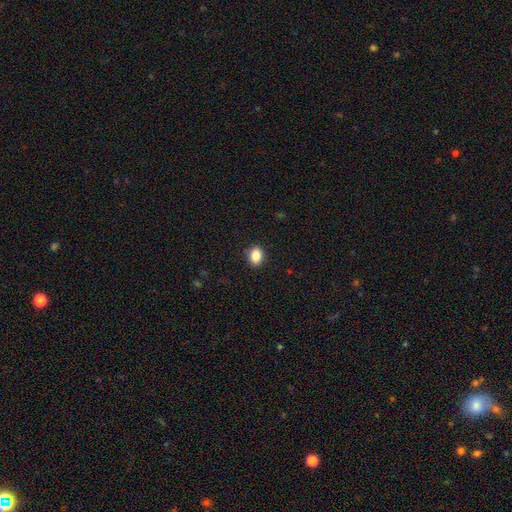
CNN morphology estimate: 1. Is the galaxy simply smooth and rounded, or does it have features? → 87% smooth, 9% star or artifact, 4% featured or disk.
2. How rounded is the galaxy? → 68% in between, 30% round, 1% cigar-shaped.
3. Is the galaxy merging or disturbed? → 89% none, 8% minor disturbance, 2% major disturbance, 1% merger.